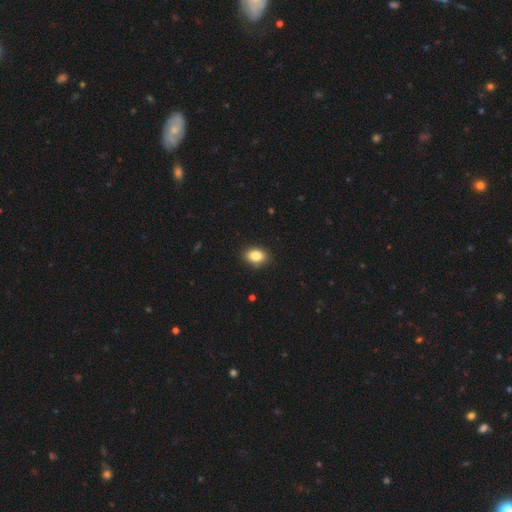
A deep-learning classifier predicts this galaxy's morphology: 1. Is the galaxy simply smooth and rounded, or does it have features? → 85% smooth, 9% star or artifact, 6% featured or disk.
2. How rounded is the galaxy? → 76% in between, 23% round, 1% cigar-shaped.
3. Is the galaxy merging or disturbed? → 89% none, 8% minor disturbance, 2% major disturbance, 1% merger.